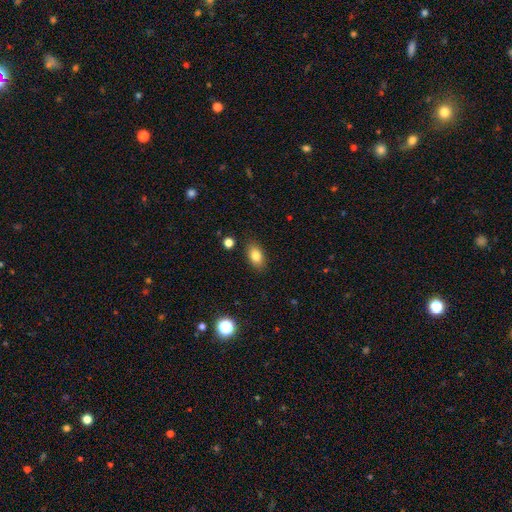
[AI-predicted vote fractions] Smooth or featured? Predicted: smooth (p=0.82). How rounded? Predicted: in between (p=0.88). Merging? Predicted: none (p=0.86).